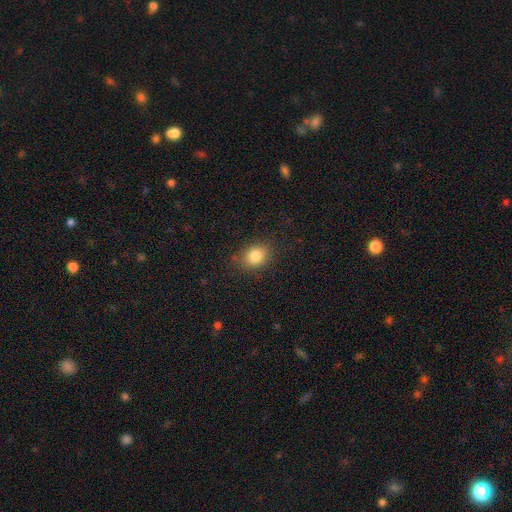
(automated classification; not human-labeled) smooth 82%, star or artifact 11%, featured or disk 8%. Down the decision tree: how rounded — in between (52%); merging — none (84%).